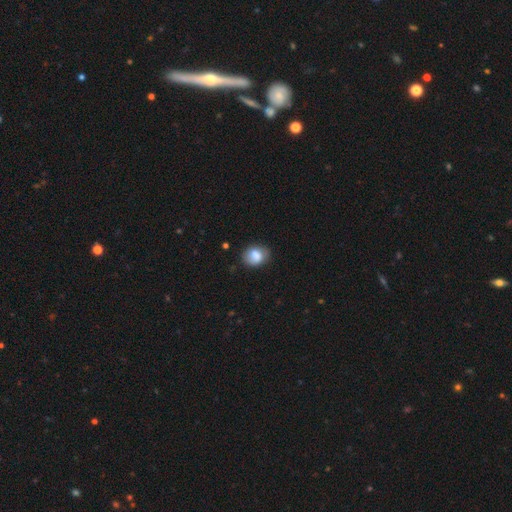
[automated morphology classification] A smooth galaxy with no disk features (81%) that is round (52%). Merging: none (68%).